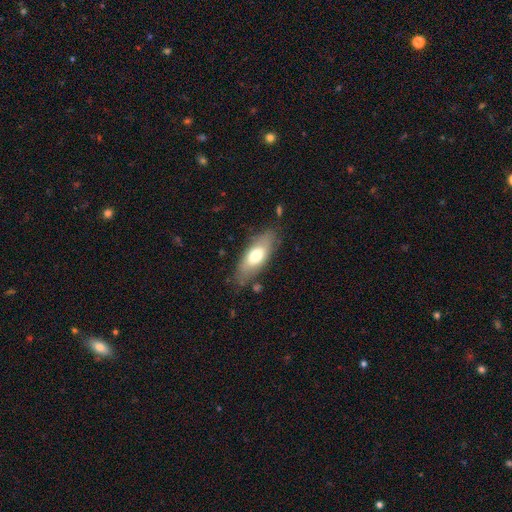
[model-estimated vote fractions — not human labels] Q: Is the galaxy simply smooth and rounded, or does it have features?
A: smooth — 66%.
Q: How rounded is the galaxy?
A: in between — 78%.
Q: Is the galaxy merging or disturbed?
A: none — 77%.